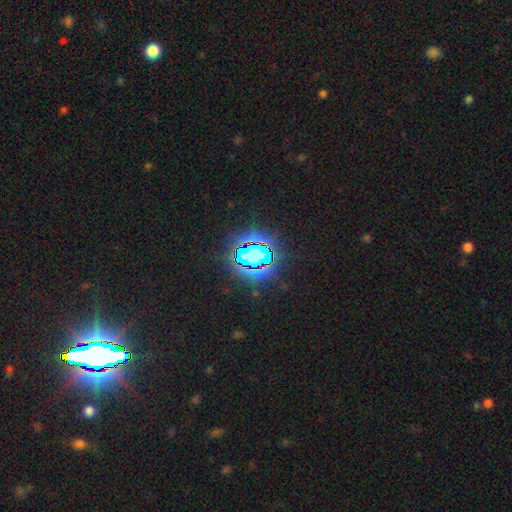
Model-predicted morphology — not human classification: Smooth or featured? star or artifact (78%)